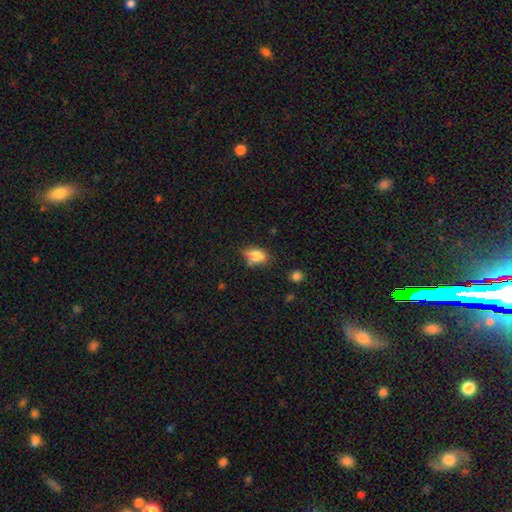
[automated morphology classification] This appears to be a smooth galaxy with no disk features (80%) that is in between round and cigar-shaped (76%). Merging: none (58%).